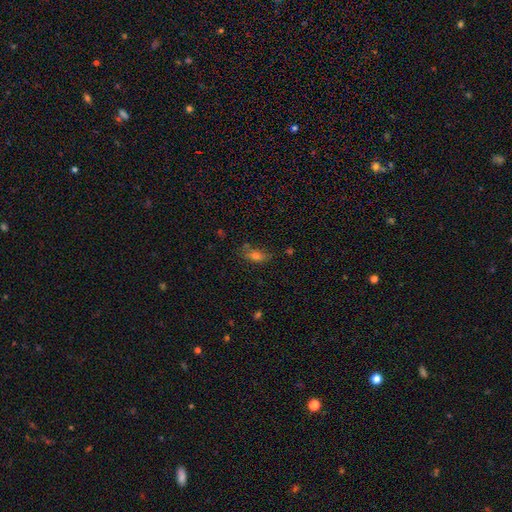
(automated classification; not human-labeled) Morphology: type=smooth (66%); roundness=in between (74%); merging=none (64%).